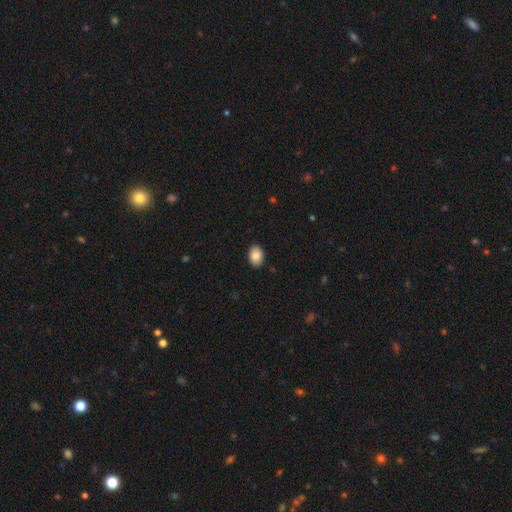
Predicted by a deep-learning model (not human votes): Smooth or featured? smooth (85%)
How rounded? in between (81%)
Merging? none (90%)